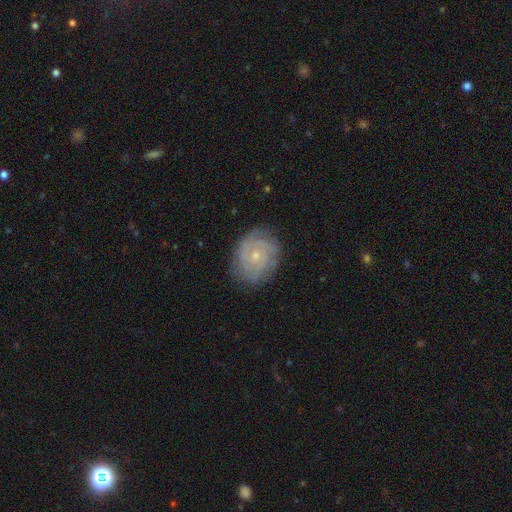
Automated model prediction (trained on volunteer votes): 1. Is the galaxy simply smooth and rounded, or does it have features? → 80% featured or disk, 13% smooth, 7% star or artifact.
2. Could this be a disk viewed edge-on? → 98% no, 2% yes.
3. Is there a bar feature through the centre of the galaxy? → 78% no, 19% weak, 3% strong.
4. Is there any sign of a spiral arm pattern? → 95% yes, 5% no.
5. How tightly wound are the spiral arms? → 74% tight, 21% medium, 4% loose.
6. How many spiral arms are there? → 28% can't tell, 27% 2, 23% 3, 11% 4, 6% more than 4, 6% 1.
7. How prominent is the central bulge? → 74% small, 22% moderate, 2% none, 1% large, 1% dominant.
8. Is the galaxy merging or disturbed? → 81% none, 14% minor disturbance, 4% major disturbance, 1% merger.